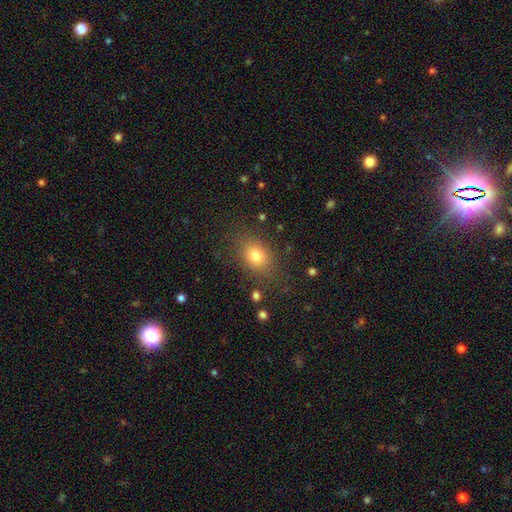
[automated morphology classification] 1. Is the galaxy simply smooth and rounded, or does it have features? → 77% smooth, 13% star or artifact, 10% featured or disk.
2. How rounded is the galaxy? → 56% in between, 43% round, 1% cigar-shaped.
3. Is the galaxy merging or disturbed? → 81% none, 12% minor disturbance, 5% major disturbance, 2% merger.